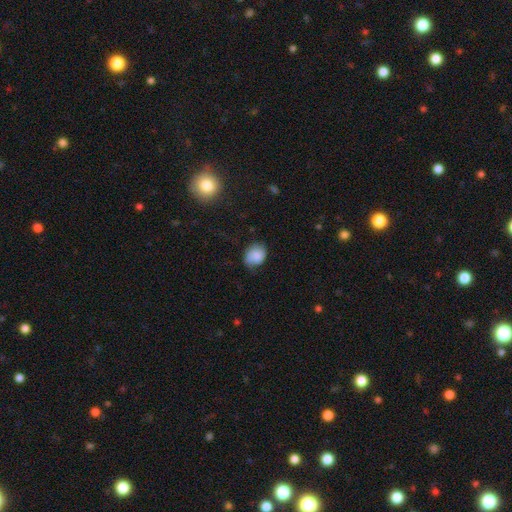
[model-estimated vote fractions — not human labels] Overall: smooth (77%). How rounded: round (54%; in between 45%). Merging: none (63%; minor disturbance 29%).